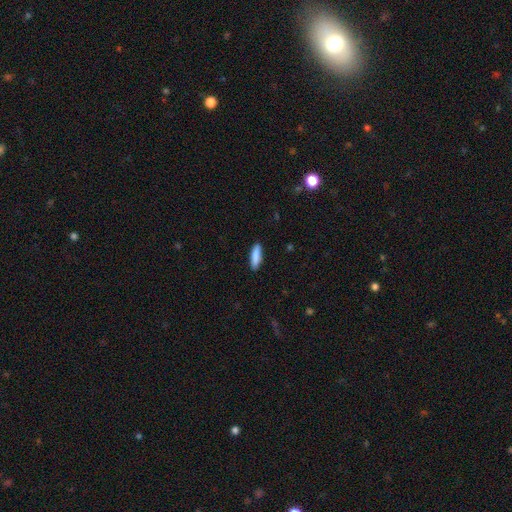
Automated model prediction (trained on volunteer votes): Overall: smooth (88%). How rounded: cigar-shaped (61%; in between 37%). Merging: none (89%).